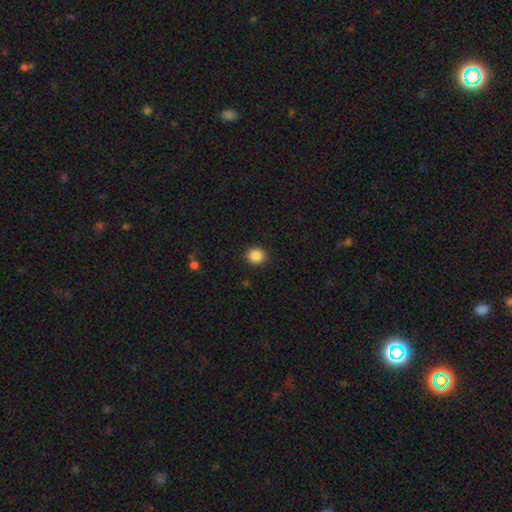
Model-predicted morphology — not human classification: The model was most divided on "smooth or featured": smooth: 87%, star or artifact: 10%, featured or disk: 3%. More confident: merging — none (92%); how rounded — round (90%).